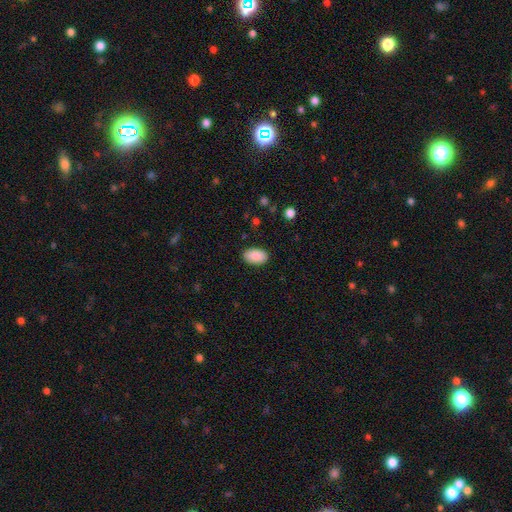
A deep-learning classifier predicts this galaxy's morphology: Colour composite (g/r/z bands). It shows a smooth galaxy with no disk features (90%) that is in between round and cigar-shaped (94%). Merging: none (88%).